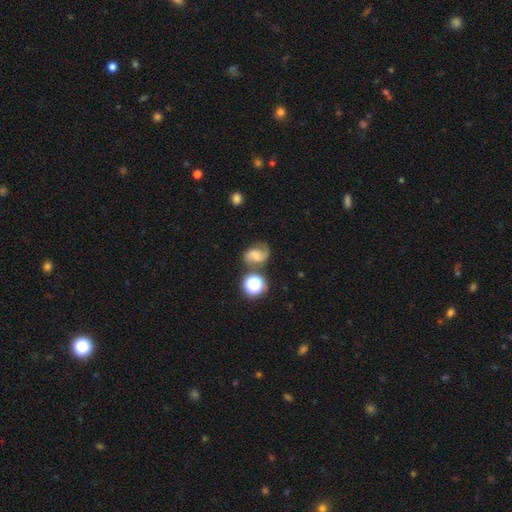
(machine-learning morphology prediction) The model was most divided on "bar" (2-way tie): no: 43%, weak: 43%, strong: 14%. Remaining: edge-on disk — no (98%); spiral arms — yes (92%); spiral arm count — 2 (87%); merging — none (63%); smooth or featured — featured or disk (59%); spiral winding — medium (49%); bulge size — small (36%).